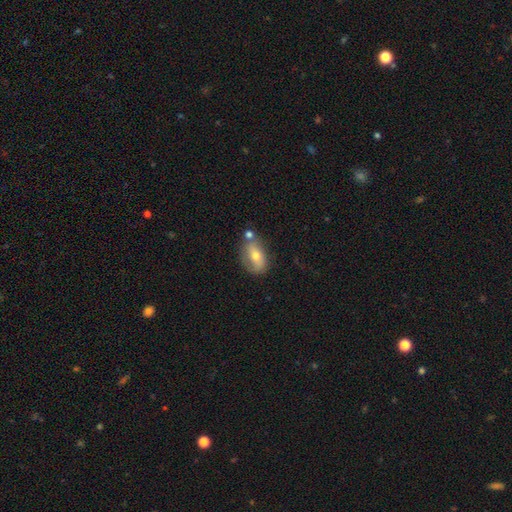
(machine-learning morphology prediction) smooth_or_featured: smooth (p=0.53) [alt: featured or disk p=0.38]
how_rounded: in between (p=0.85) [alt: round p=0.12]
merging: none (p=0.55) [alt: minor disturbance p=0.23]